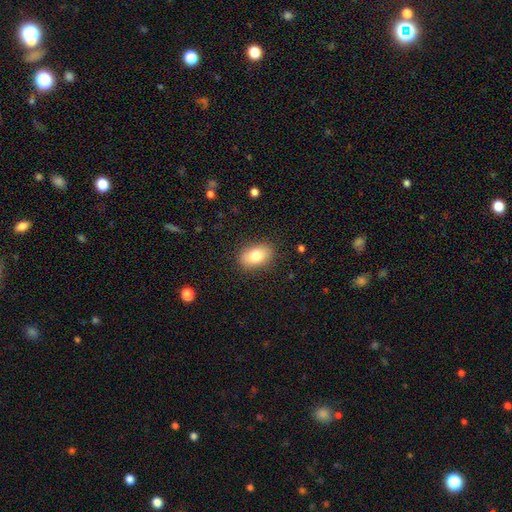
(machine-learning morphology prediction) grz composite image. It shows a smooth galaxy with no disk features (80%) that is in between round and cigar-shaped (85%). Merging: none (85%).